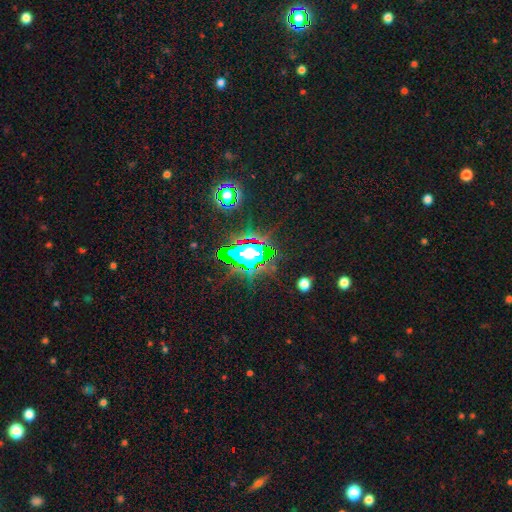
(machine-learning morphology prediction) This is clearly a star or artifact rather than a galaxy (82%).